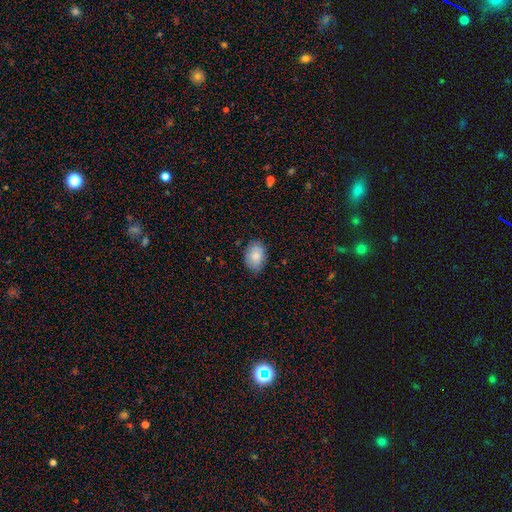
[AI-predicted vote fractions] This is clearly a smooth galaxy (85%). How rounded: clearly in between (82%). Merging: likely none (76%).